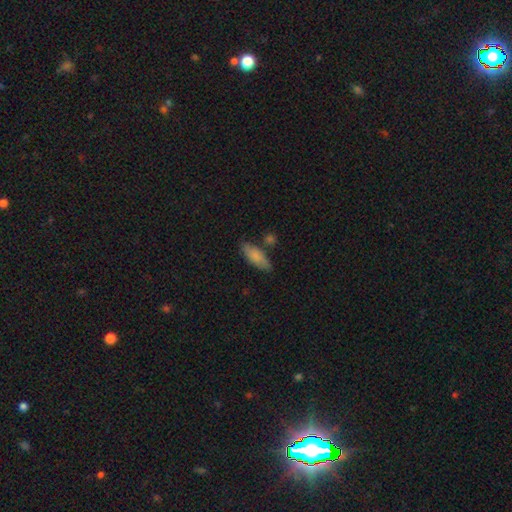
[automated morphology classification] A smooth galaxy with no disk features (80%) that is in between round and cigar-shaped (70%). Merging: none (69%).